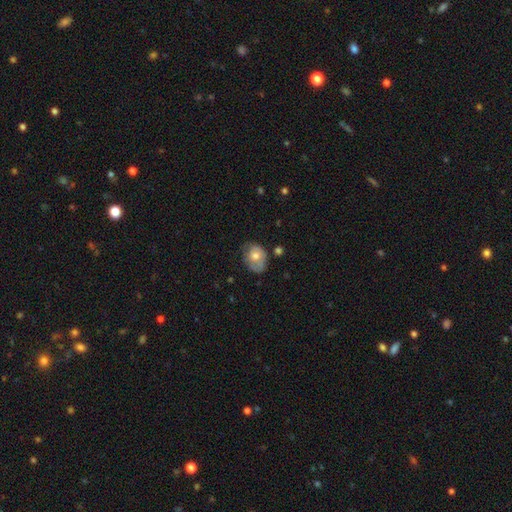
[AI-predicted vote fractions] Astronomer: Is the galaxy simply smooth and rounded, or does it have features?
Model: smooth — 65%.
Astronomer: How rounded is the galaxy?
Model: in between — 55% (runner-up: round, 44%).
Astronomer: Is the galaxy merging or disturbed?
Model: none — 47% (runner-up: minor disturbance, 36%).